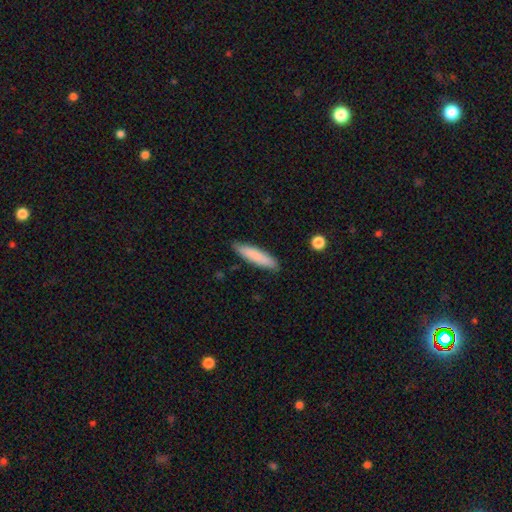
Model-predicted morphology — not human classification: Smooth or featured: smooth — 82% (featured or disk — 12%)
How rounded: cigar-shaped — 82% (in between — 16%)
Merging: none — 86% (minor disturbance — 11%)